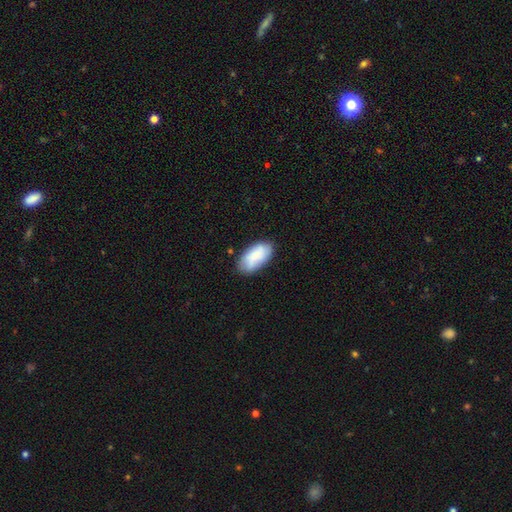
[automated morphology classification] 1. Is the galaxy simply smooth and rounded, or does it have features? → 79% smooth, 14% featured or disk, 6% star or artifact.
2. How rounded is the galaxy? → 94% in between, 3% cigar-shaped, 2% round.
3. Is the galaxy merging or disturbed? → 74% none, 20% minor disturbance, 4% major disturbance, 2% merger.